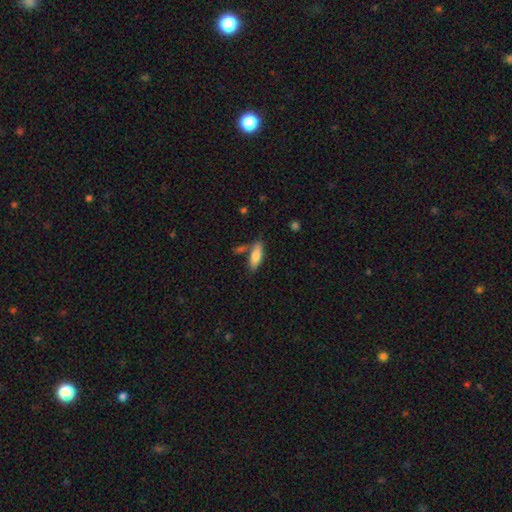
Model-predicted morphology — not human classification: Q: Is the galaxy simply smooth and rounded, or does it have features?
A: smooth — 79%.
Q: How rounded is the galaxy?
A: in between — 63%.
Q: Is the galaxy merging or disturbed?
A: none — 68%.